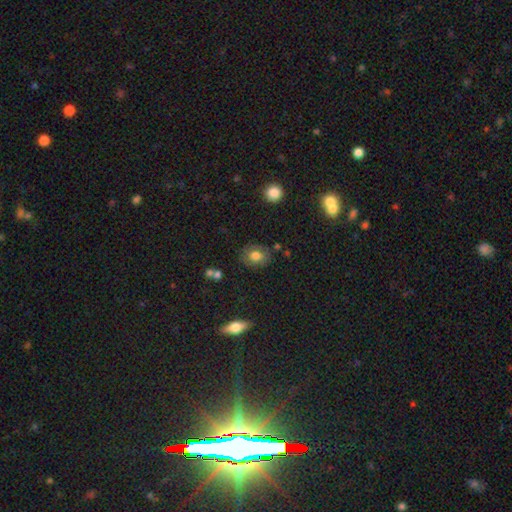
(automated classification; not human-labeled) smooth-or-featured: smooth: 71% | featured or disk: 20% | star or artifact: 10%
  how-rounded: in between: 52% | round: 47% | cigar-shaped: 1%
  merging: none: 80% | minor disturbance: 14% | major disturbance: 4% | merger: 3%